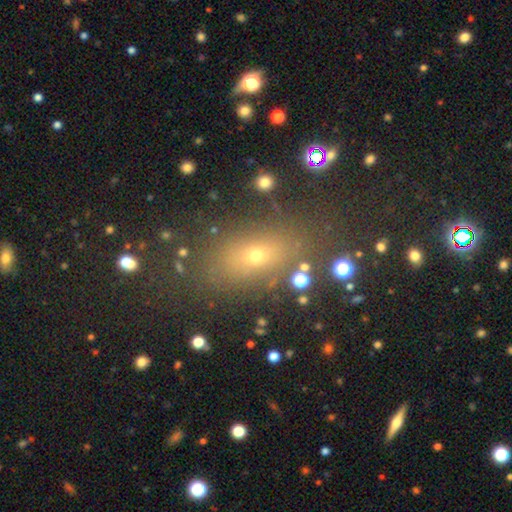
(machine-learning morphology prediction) Smooth or featured?
  - smooth: 61% *
  - star or artifact: 23%
  - featured or disk: 16%
How rounded?
  - in between: 71% *
  - round: 23%
  - cigar-shaped: 6%
Merging?
  - none: 77% *
  - minor disturbance: 12%
  - major disturbance: 6%
  - merger: 5%